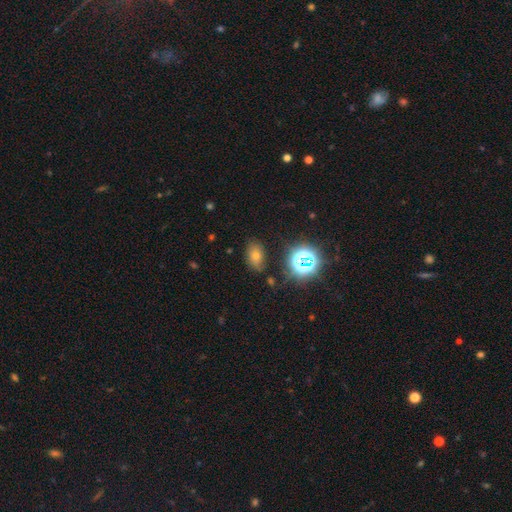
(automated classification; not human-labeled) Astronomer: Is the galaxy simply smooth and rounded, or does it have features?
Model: smooth — 53% (runner-up: star or artifact, 34%).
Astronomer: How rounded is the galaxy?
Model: in between — 76%.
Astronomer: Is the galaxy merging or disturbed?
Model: none — 80%.